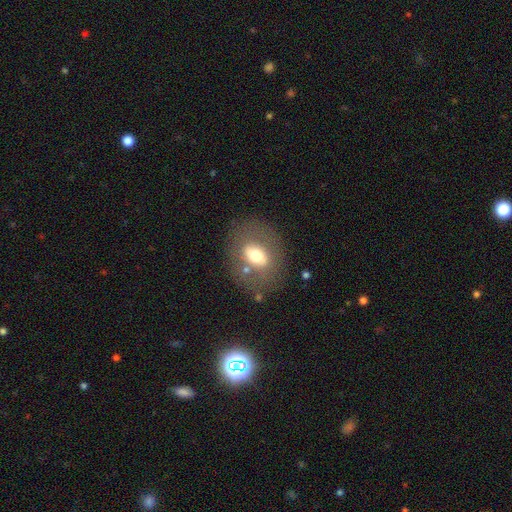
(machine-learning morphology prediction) This appears to be a smooth galaxy with no disk features (54%) that is in between round and cigar-shaped (68%). Merging: none (73%).